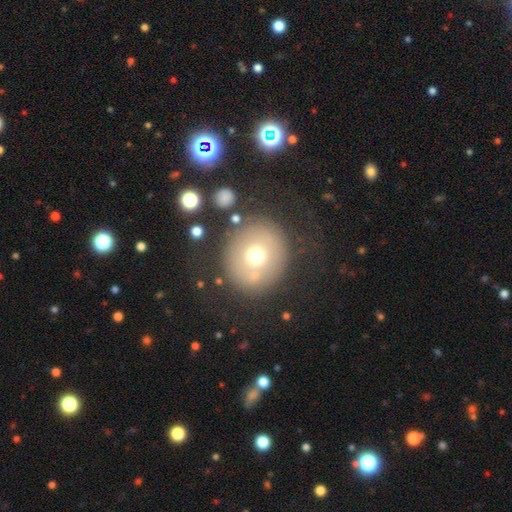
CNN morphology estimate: Q: Smooth or featured?
A: smooth (64%); runner-up: featured or disk (22%)
Q: How rounded?
A: round (91%); runner-up: in between (8%)
Q: Merging?
A: none (77%); runner-up: minor disturbance (11%)